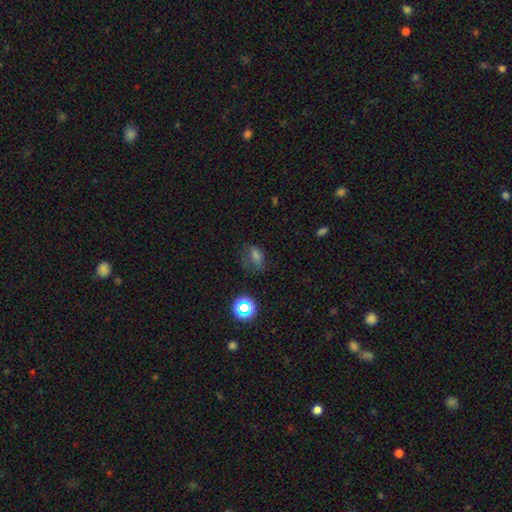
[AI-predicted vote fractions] Overall: smooth (58%; star or artifact 29%). How rounded: in between (70%). Merging: none (56%; minor disturbance 25%).